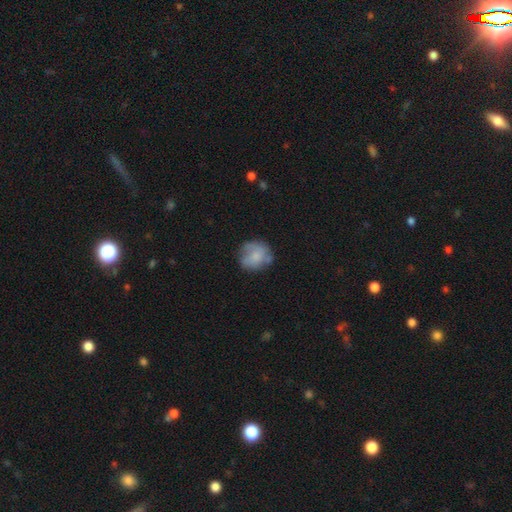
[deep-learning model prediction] A smooth galaxy with no disk features (67%) that is round (81%). Merging: none (57%).